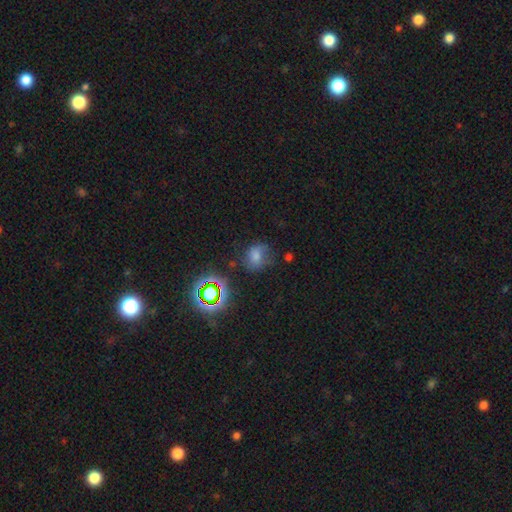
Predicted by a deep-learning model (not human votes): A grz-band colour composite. It shows a smooth galaxy with no disk features (57%) that is round (60%). Merging: none (56%).